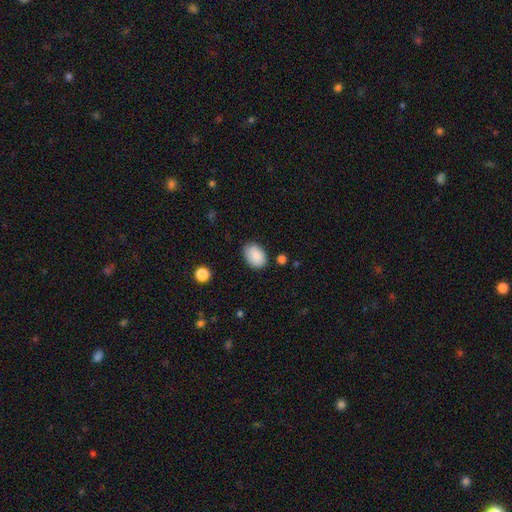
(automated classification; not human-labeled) Smooth or featured? Predicted: smooth (p=0.86). How rounded? Predicted: in between (p=0.85). Merging? Predicted: none (p=0.77).